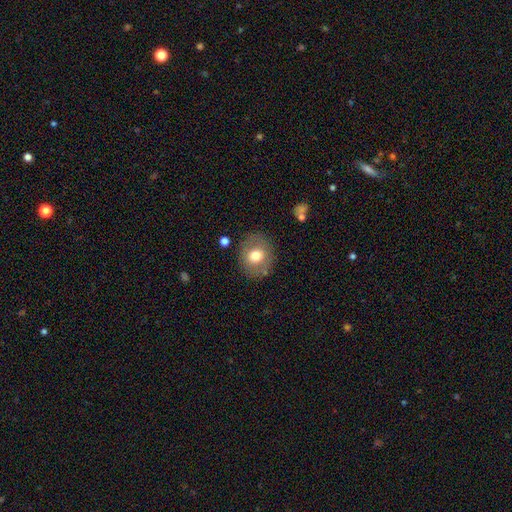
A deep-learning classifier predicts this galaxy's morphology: A smooth galaxy with no disk features (71%) that is round (72%).

Vote fractions:
- Smooth or featured? smooth: 71% / featured or disk: 20% / star or artifact: 9%
- How rounded? round: 72% / in between: 27% / cigar-shaped: 1%
- Merging? none: 83% / minor disturbance: 11% / major disturbance: 4% / merger: 3%